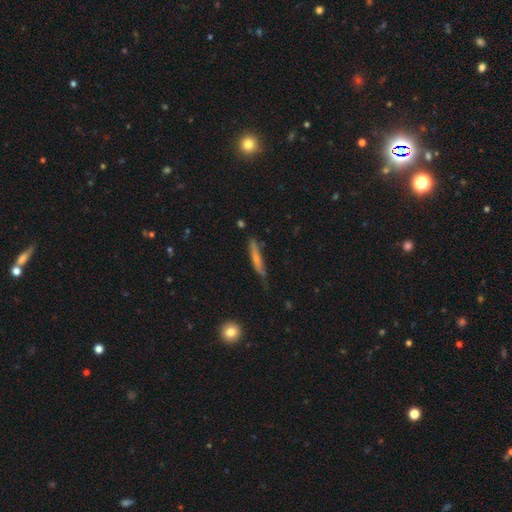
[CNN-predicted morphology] A smooth galaxy with no disk features (52%) that is cigar-shaped (92%).

Vote fractions:
- Smooth or featured? smooth: 52% / featured or disk: 38% / star or artifact: 10%
- How rounded? cigar-shaped: 92% / in between: 6% / round: 3%
- Merging? none: 70% / minor disturbance: 23% / major disturbance: 5% / merger: 2%